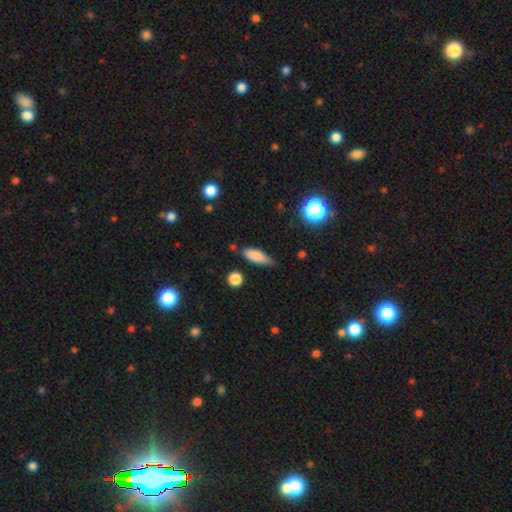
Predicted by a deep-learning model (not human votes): smooth 79%, featured or disk 13%, star or artifact 8%. Down the decision tree: how rounded — in between (55%); merging — none (62%).